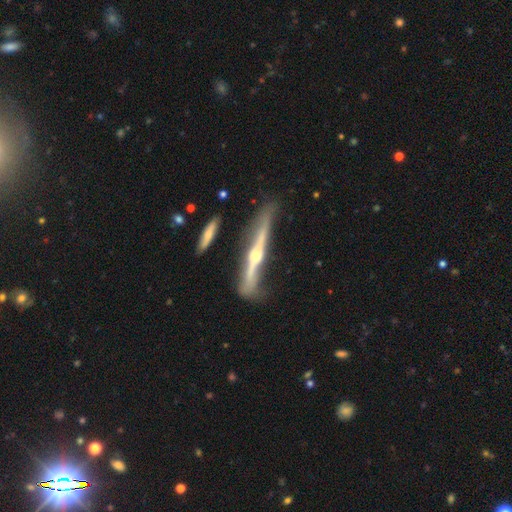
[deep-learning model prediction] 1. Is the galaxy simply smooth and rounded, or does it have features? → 81% featured or disk, 14% smooth, 5% star or artifact.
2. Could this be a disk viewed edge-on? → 95% yes, 5% no.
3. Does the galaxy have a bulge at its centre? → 90% rounded, 6% none, 4% boxy.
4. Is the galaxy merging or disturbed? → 66% none, 22% minor disturbance, 7% major disturbance, 5% merger.